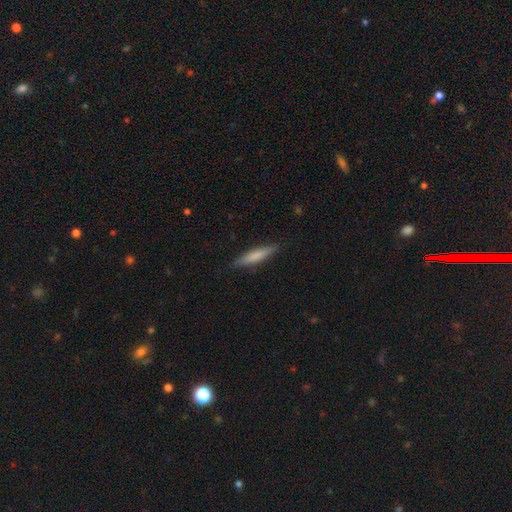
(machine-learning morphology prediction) This is likely a smooth galaxy (71%). How rounded: clearly cigar-shaped (88%). Merging: clearly none (88%).